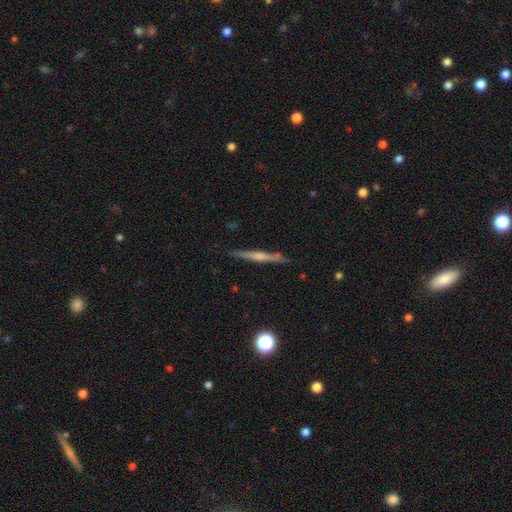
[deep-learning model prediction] A featured or disk galaxy (66%) viewed edge-on (98%) with a rounded central bulge (57%). Merging: none (89%).